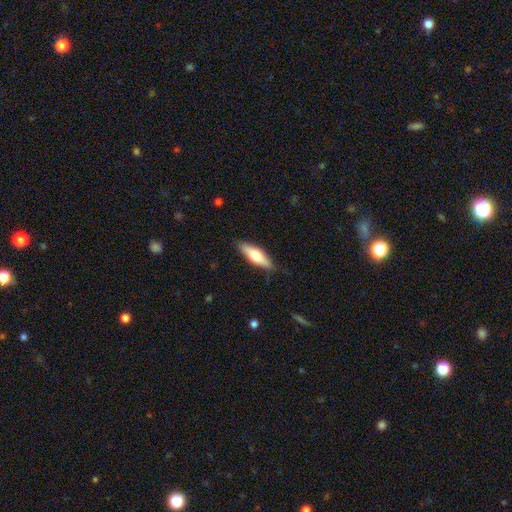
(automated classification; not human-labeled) This appears to be a smooth galaxy with no disk features (60%) that is cigar-shaped (52%). Merging: none (86%).